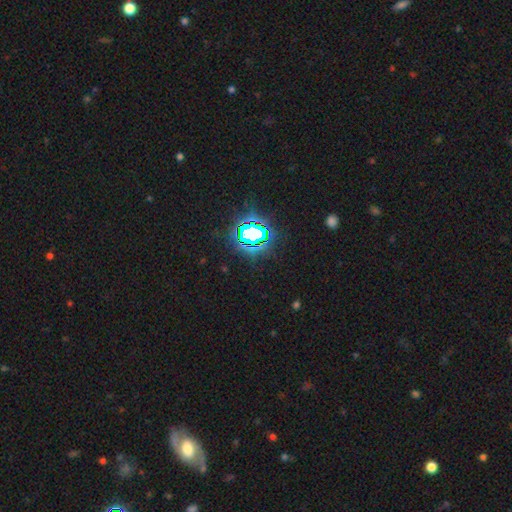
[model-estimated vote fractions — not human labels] Smooth or featured?
  - star or artifact: 80% *
  - smooth: 13%
  - featured or disk: 7%